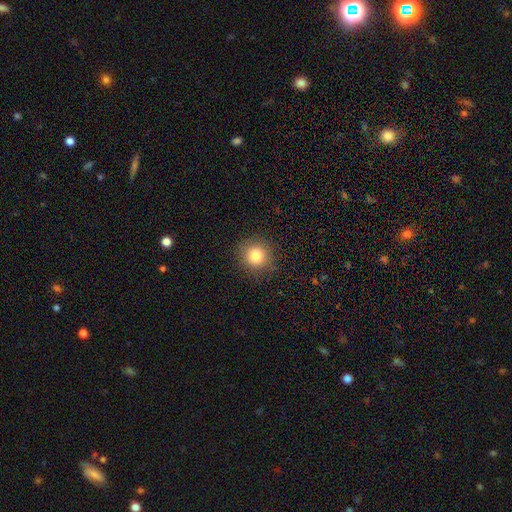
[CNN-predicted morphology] smooth_or_featured: smooth (p=0.82) [alt: star or artifact p=0.11]
how_rounded: round (p=0.91) [alt: in between p=0.08]
merging: none (p=0.89) [alt: minor disturbance p=0.08]